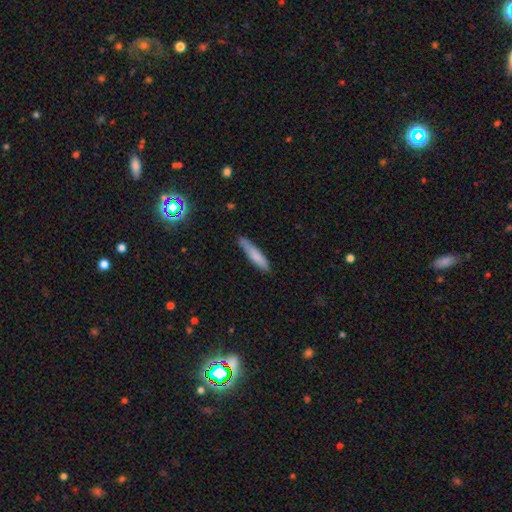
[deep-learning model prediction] A smooth galaxy with no disk features (78%) that is cigar-shaped (84%).

Vote fractions:
- Smooth or featured? smooth: 78% / featured or disk: 15% / star or artifact: 7%
- How rounded? cigar-shaped: 84% / in between: 15% / round: 1%
- Merging? none: 79% / minor disturbance: 17% / major disturbance: 3% / merger: 2%